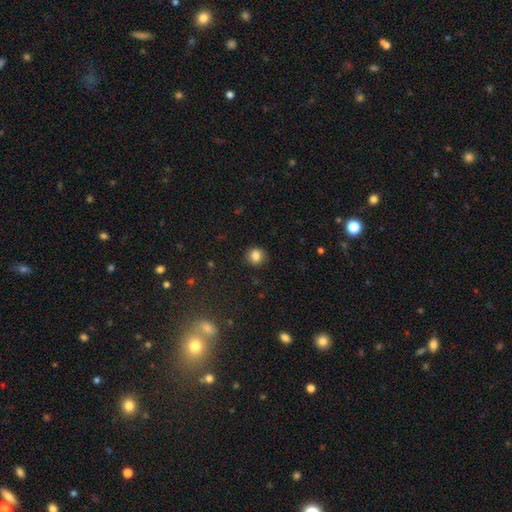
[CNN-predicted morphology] smooth_or_featured: smooth (p=0.83) [alt: star or artifact p=0.10]
how_rounded: round (p=0.82) [alt: in between p=0.18]
merging: none (p=0.88) [alt: minor disturbance p=0.09]